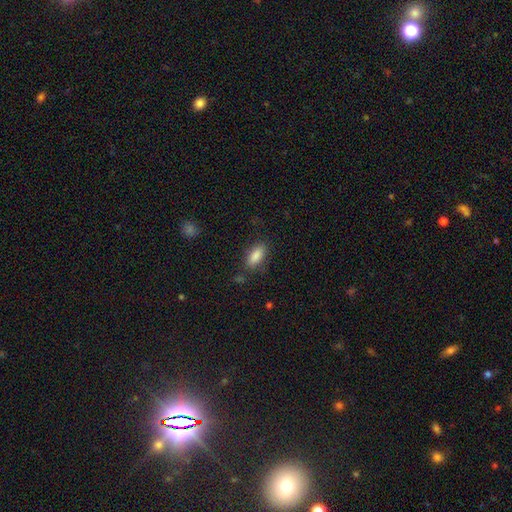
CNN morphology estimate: The model was most divided on "merging": none: 81%, minor disturbance: 13%, major disturbance: 4%, merger: 3%. More confident: smooth or featured — smooth (86%); how rounded — in between (84%).